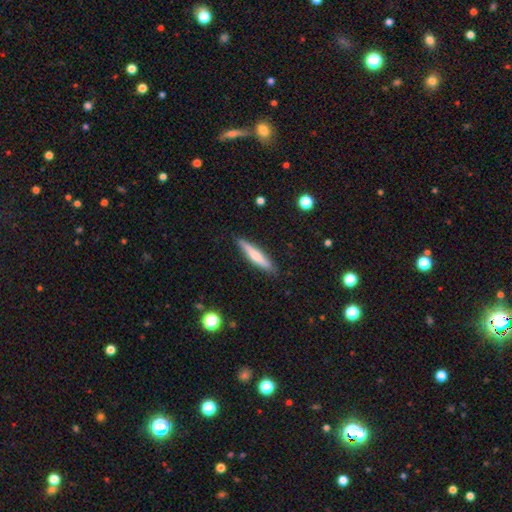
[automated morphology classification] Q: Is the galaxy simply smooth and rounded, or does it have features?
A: smooth — 66%.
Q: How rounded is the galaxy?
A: cigar-shaped — 88%.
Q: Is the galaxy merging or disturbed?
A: none — 85%.